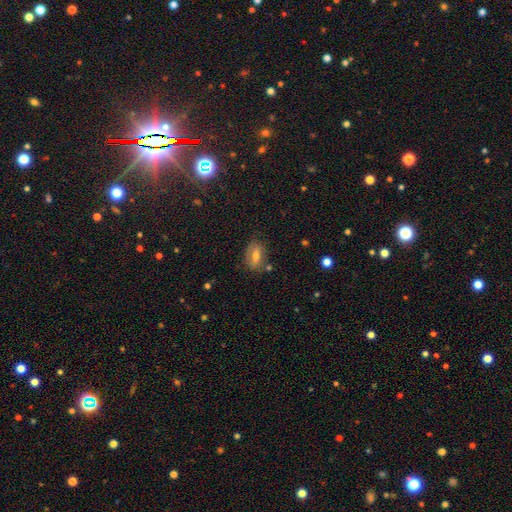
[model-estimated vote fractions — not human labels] Q: Smooth or featured?
A: smooth (53%); runner-up: featured or disk (30%)
Q: How rounded?
A: in between (80%); runner-up: round (15%)
Q: Merging?
A: none (78%); runner-up: minor disturbance (15%)